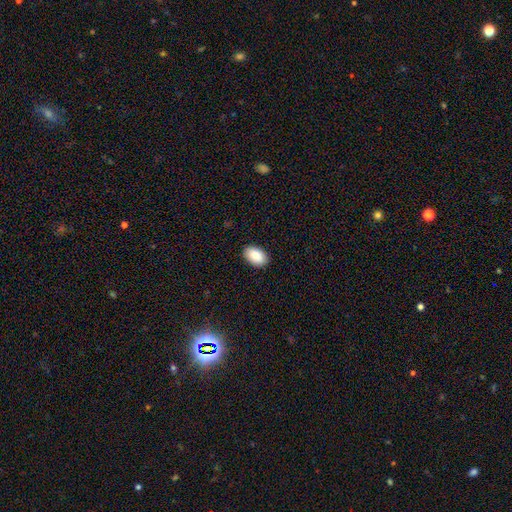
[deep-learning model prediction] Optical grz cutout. It shows a smooth galaxy with no disk features (91%) that is in between round and cigar-shaped (93%). Merging: none (90%).